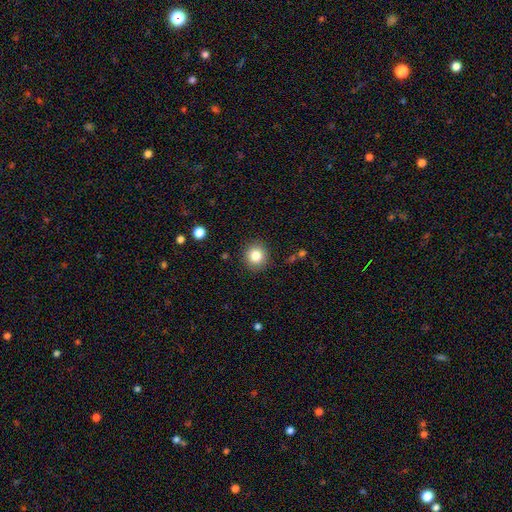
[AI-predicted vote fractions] smooth 82%, star or artifact 11%, featured or disk 7%. Down the decision tree: how rounded — round (92%); merging — none (89%).